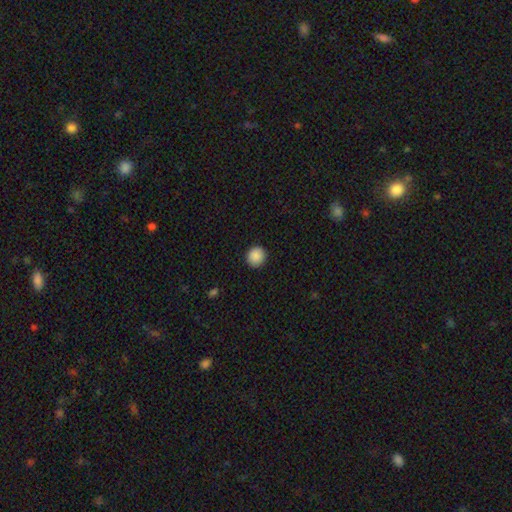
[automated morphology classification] Overall: smooth (89%). How rounded: round (90%). Merging: none (92%).